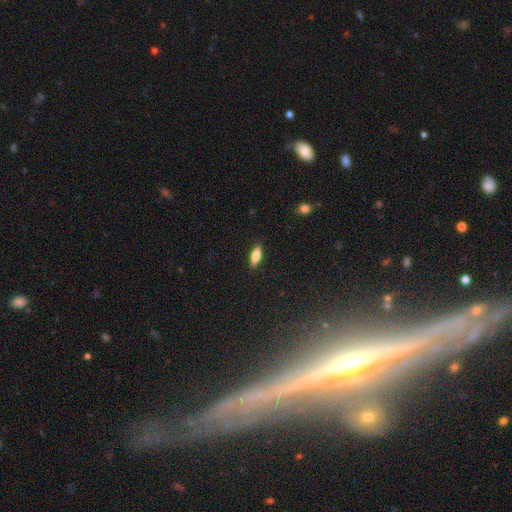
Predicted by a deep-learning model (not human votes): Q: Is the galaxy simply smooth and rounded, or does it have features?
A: smooth — 72%.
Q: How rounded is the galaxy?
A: in between — 64%.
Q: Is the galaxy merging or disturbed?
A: none — 88%.